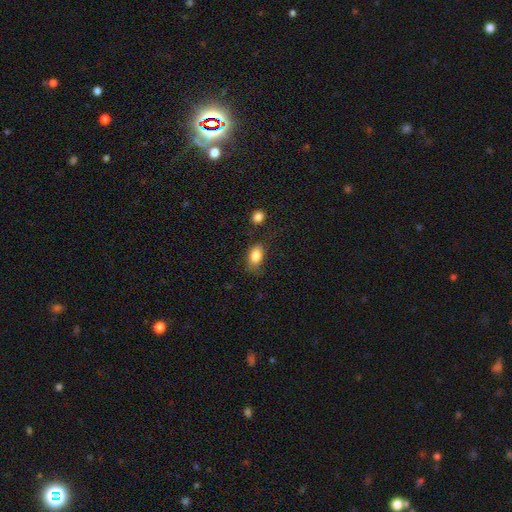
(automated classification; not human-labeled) This is clearly a smooth galaxy (85%). How rounded: clearly in between (86%). Merging: likely none (68%).